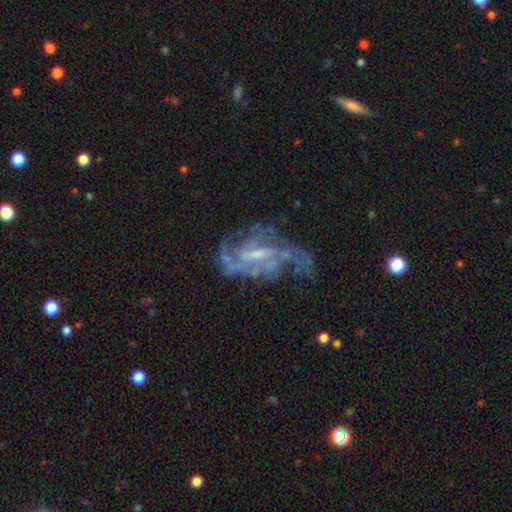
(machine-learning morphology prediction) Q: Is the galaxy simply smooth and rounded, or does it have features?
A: featured or disk — 83%.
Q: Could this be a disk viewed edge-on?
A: no — 95%.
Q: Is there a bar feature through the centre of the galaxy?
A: weak — 50%.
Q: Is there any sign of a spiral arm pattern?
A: yes — 85%.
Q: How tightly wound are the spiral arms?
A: medium — 45%.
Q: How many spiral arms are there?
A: can't tell — 32%.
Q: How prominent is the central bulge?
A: small — 46%.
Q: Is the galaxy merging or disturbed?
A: none — 46%.